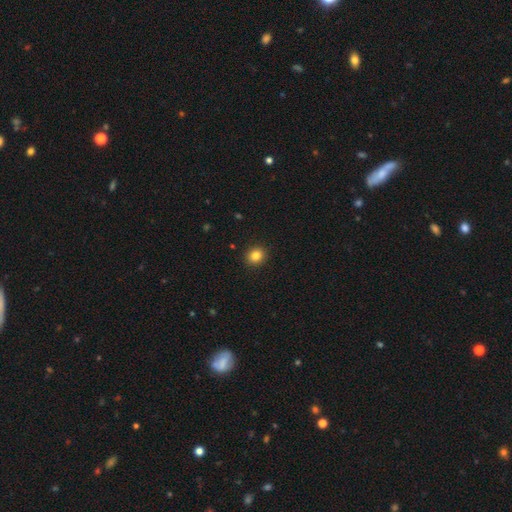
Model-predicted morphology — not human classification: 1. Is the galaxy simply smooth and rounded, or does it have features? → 84% smooth, 11% star or artifact, 5% featured or disk.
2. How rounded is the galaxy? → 75% round, 24% in between, 1% cigar-shaped.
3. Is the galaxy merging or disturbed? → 91% none, 6% minor disturbance, 2% major disturbance, 1% merger.